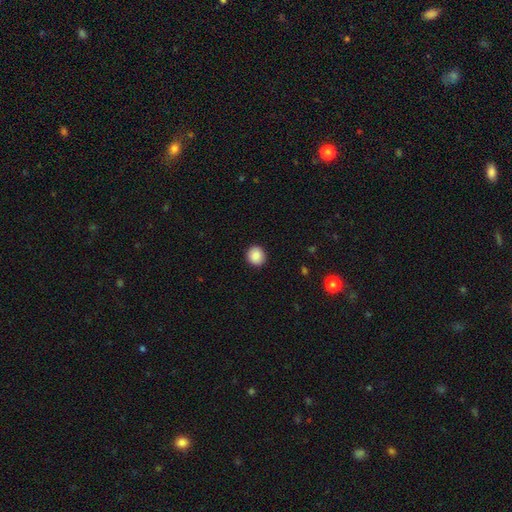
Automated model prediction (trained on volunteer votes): Smooth or featured? smooth (88%)
How rounded? round (91%)
Merging? none (92%)